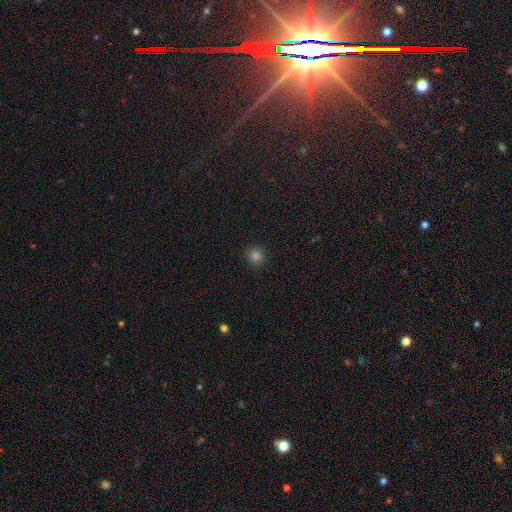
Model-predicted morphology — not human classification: smooth_or_featured: smooth (p=0.81) [alt: star or artifact p=0.14]
how_rounded: round (p=0.88) [alt: in between p=0.11]
merging: none (p=0.92) [alt: minor disturbance p=0.05]